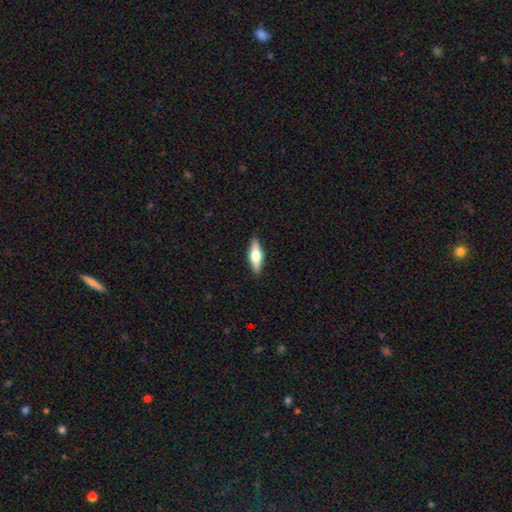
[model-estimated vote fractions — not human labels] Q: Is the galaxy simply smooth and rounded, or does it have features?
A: smooth — 51%.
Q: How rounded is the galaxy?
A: in between — 51%.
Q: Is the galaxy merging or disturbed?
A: none — 90%.